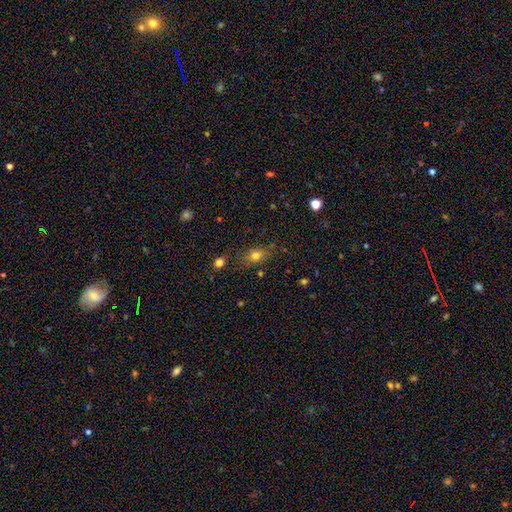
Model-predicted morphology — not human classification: smooth-or-featured: smooth: 75% | star or artifact: 14% | featured or disk: 11%
  how-rounded: in between: 61% | round: 35% | cigar-shaped: 3%
  merging: none: 73% | minor disturbance: 17% | major disturbance: 5% | merger: 5%